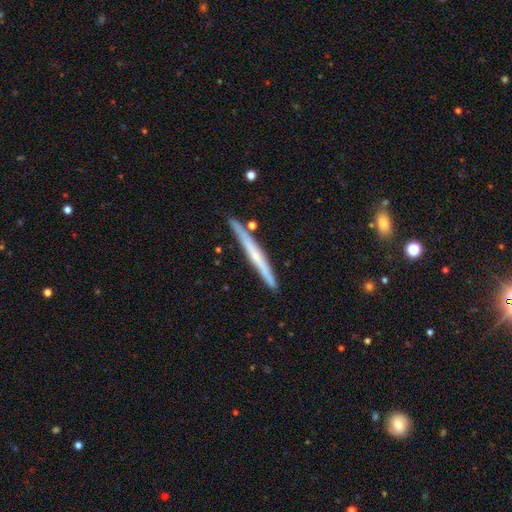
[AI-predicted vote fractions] featured or disk 53%, smooth 41%, star or artifact 6%. Down the decision tree: edge-on disk — yes (97%); edge-on bulge — none (69%); merging — none (87%).